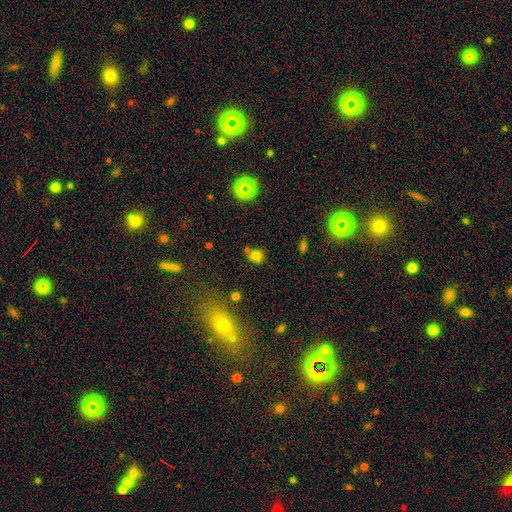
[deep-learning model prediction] smooth-or-featured: smooth: 72% | star or artifact: 19% | featured or disk: 9%
  how-rounded: round: 81% | in between: 18% | cigar-shaped: 1%
  merging: none: 71% | minor disturbance: 13% | merger: 13% | major disturbance: 4%